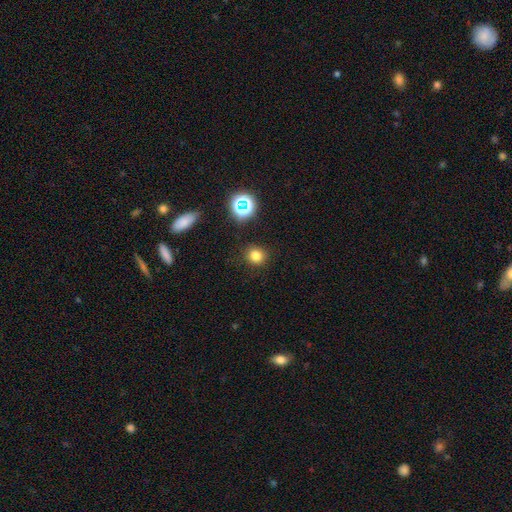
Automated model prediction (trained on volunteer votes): This is likely a smooth galaxy (77%). How rounded: clearly round (84%). Merging: clearly none (87%).